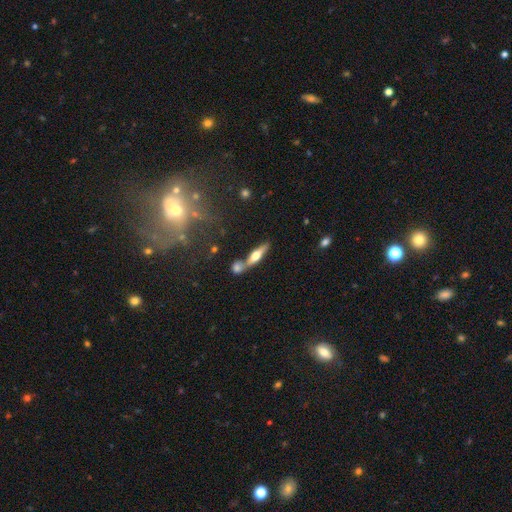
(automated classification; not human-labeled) Smooth or featured? featured or disk (52%)
Edge-on disk? yes (90%)
Merging? none (54%)